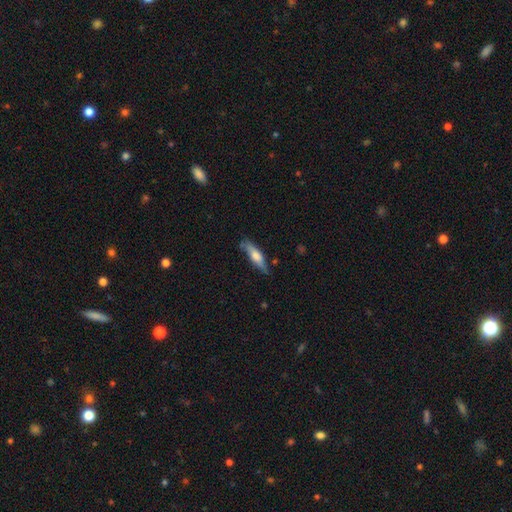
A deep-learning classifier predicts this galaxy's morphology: This is possibly a smooth galaxy (55%). How rounded: likely cigar-shaped (69%). Merging: likely none (71%).